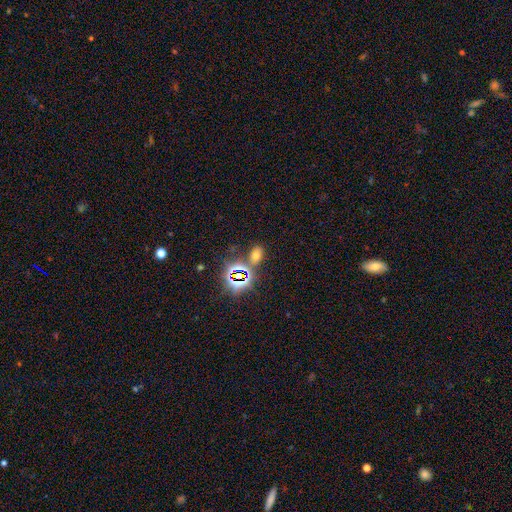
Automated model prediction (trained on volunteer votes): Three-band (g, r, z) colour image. It shows a smooth galaxy with no disk features (50%) that is in between round and cigar-shaped (83%). Merging: none (75%).